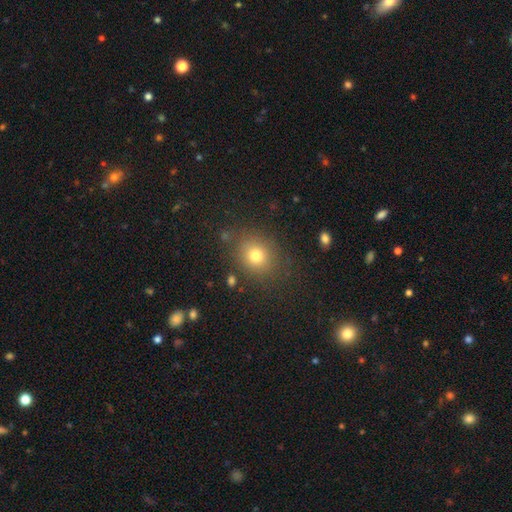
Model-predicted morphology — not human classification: Smooth or featured: smooth — 76% (star or artifact — 15%)
How rounded: round — 75% (in between — 24%)
Merging: none — 82% (minor disturbance — 11%)